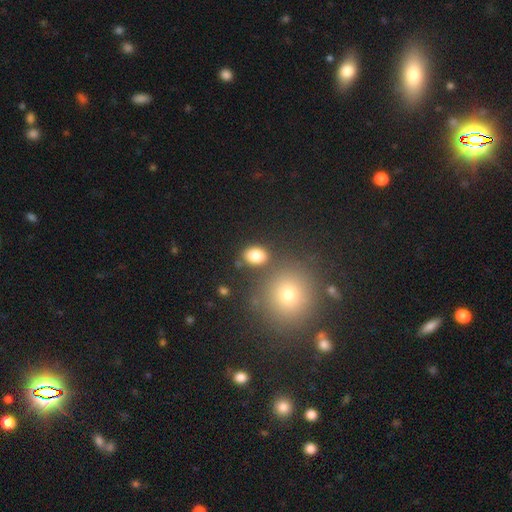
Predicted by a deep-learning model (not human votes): A smooth galaxy with no disk features (82%) that is in between round and cigar-shaped (67%).

Vote fractions:
- Smooth or featured? smooth: 82% / star or artifact: 11% / featured or disk: 7%
- How rounded? in between: 67% / round: 31% / cigar-shaped: 1%
- Merging? none: 77% / minor disturbance: 10% / merger: 9% / major disturbance: 4%